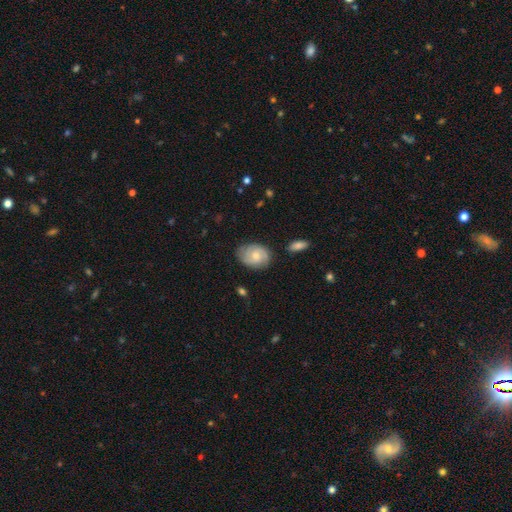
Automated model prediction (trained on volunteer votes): Smooth or featured: featured or disk — 57% (smooth — 36%)
Edge-on disk: no — 97% (yes — 3%)
Bar: no — 69% (weak — 27%)
Spiral arms: yes — 88% (no — 12%)
Bulge size: moderate — 54% (small — 39%)
Merging: none — 75% (minor disturbance — 18%)